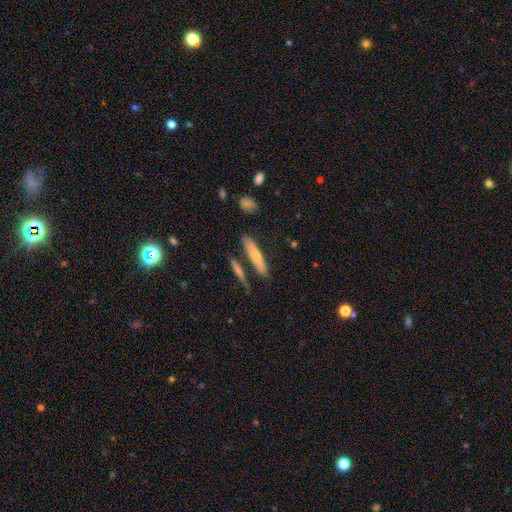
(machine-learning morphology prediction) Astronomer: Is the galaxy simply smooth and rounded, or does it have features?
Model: smooth — 50% (runner-up: featured or disk, 43%).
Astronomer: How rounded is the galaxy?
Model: cigar-shaped — 83%.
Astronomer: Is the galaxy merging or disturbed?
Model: none — 73%.